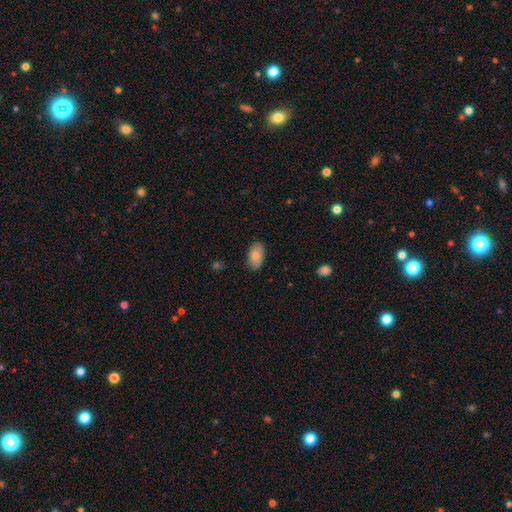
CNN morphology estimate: Smooth or featured?
  - smooth: 82% *
  - featured or disk: 11%
  - star or artifact: 7%
How rounded?
  - in between: 93% *
  - round: 5%
  - cigar-shaped: 2%
Merging?
  - none: 84% *
  - minor disturbance: 13%
  - major disturbance: 2%
  - merger: 1%